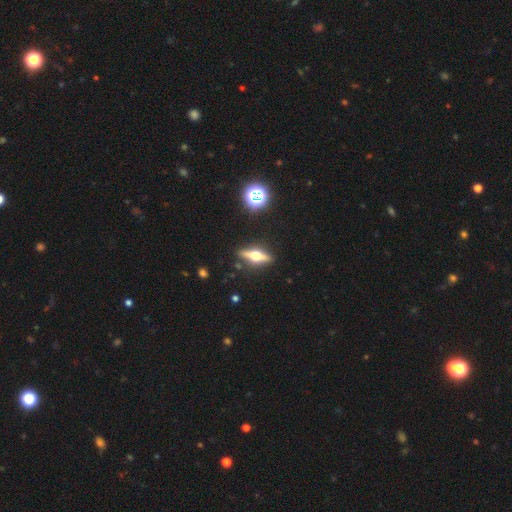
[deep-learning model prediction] This is likely a featured or disk galaxy (69%). It is clearly viewed edge-on (95%). Edge-on bulge: clearly rounded (96%). Merging: clearly none (88%).